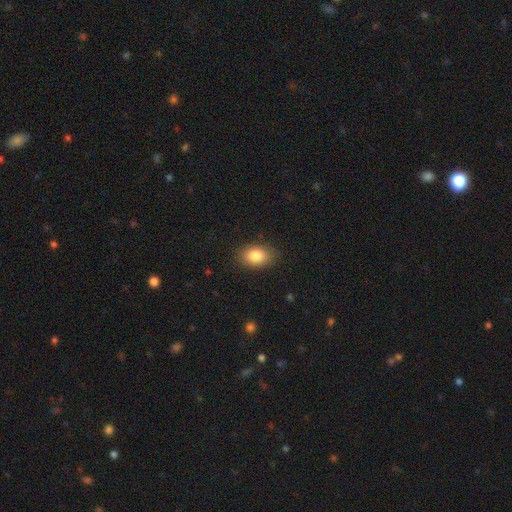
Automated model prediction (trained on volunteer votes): Morphology: type=smooth (85%); roundness=in between (83%); merging=none (85%).